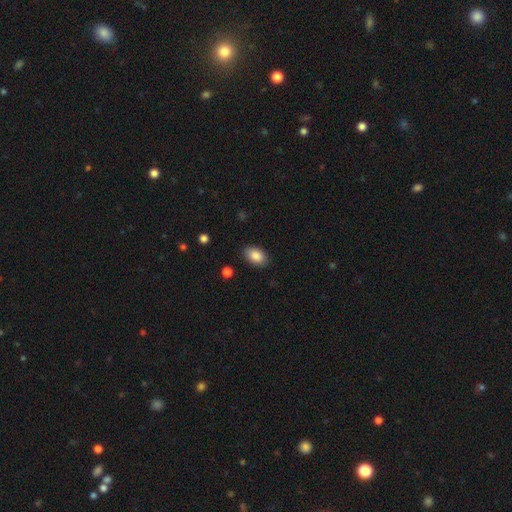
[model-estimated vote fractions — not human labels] Q: Smooth or featured?
A: smooth (88%); runner-up: star or artifact (7%)
Q: How rounded?
A: in between (90%); runner-up: round (9%)
Q: Merging?
A: none (87%); runner-up: minor disturbance (9%)